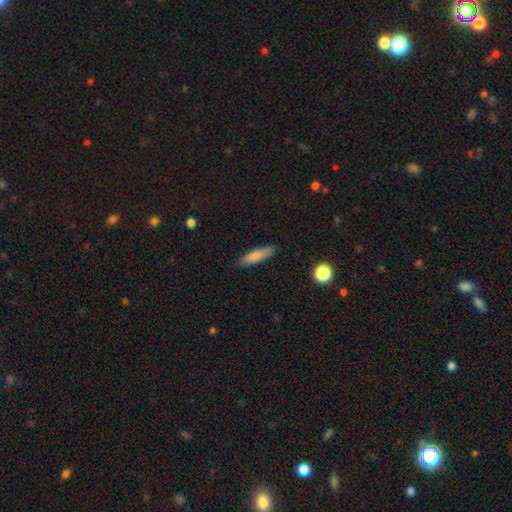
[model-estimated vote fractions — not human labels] smooth 81%, featured or disk 13%, star or artifact 7%. Down the decision tree: how rounded — cigar-shaped (69%); merging — none (86%).